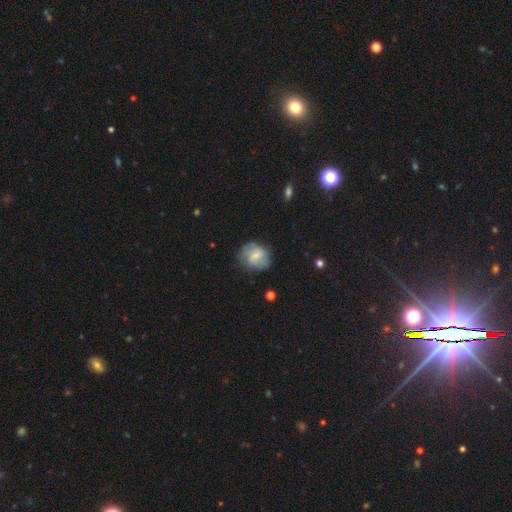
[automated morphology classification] Overall: smooth (50%; featured or disk 42%). How rounded: round (66%; in between 32%). Merging: none (67%).